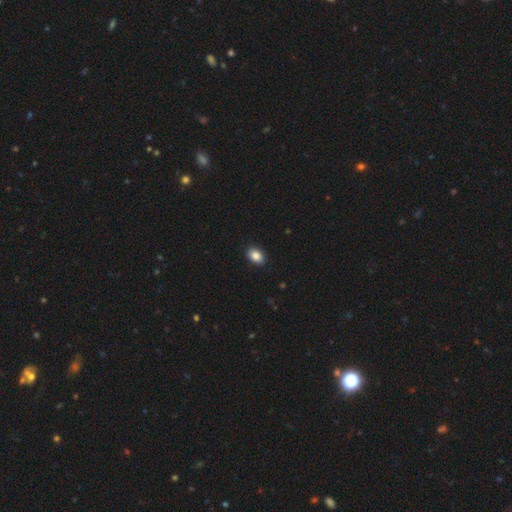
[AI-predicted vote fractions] smooth 87%, star or artifact 8%, featured or disk 4%. Down the decision tree: how rounded — in between (77%); merging — none (90%).